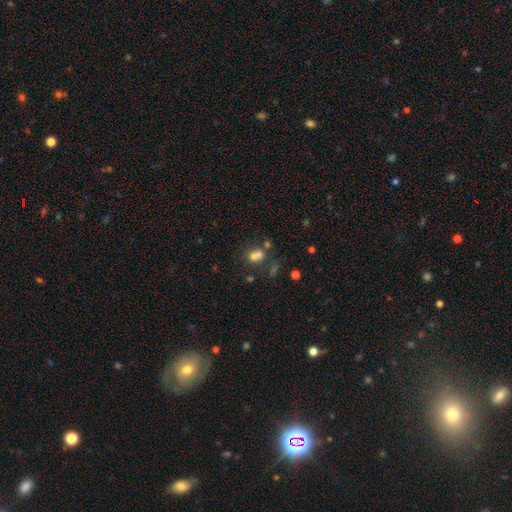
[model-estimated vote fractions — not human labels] Smooth or featured? smooth (68%)
How rounded? round (51%)
Merging? merger (49%)